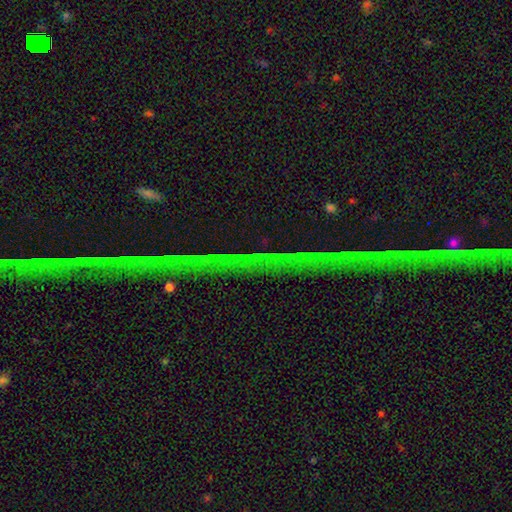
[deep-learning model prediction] A star or artifact, not a galaxy (77%).

Vote fractions:
- Smooth or featured? star or artifact: 77% / featured or disk: 12% / smooth: 11%